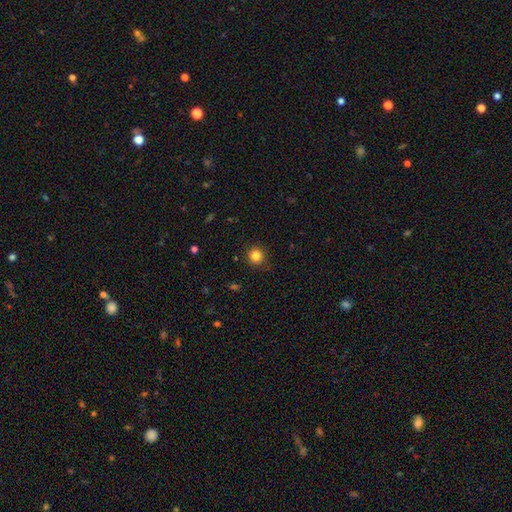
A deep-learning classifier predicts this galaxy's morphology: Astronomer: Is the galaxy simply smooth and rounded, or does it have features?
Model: smooth — 84%.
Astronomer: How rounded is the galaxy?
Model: round — 94%.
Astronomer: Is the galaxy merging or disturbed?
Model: none — 89%.